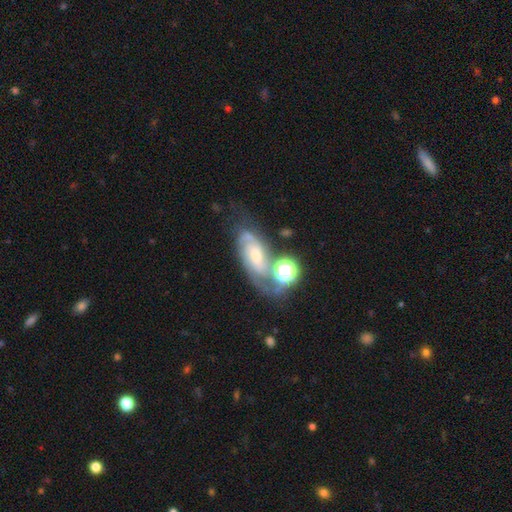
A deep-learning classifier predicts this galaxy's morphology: Overall: featured or disk (76%). Edge-on disk: no (94%). Bar: no (54%; weak 35%). Spiral arms: yes (94%). Spiral arm count: 2 (64%). Spiral winding: tight (46%; medium 42%). Bulge size: moderate (43%; small 41%). Merging: none (48%; minor disturbance 20%).